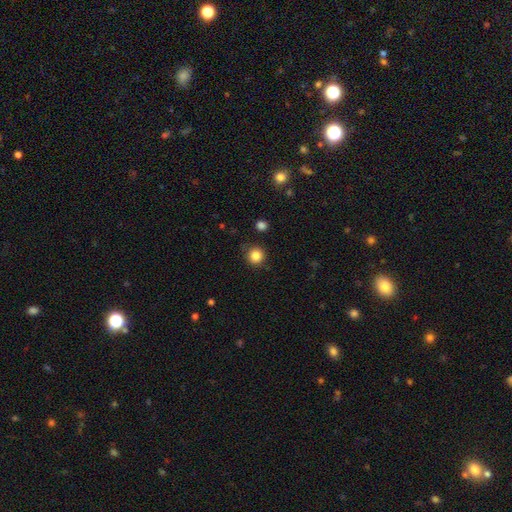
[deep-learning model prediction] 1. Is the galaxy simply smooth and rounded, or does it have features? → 85% smooth, 11% star or artifact, 4% featured or disk.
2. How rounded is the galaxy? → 94% round, 5% in between, 1% cigar-shaped.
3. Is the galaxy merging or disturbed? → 87% none, 9% minor disturbance, 2% major disturbance, 2% merger.